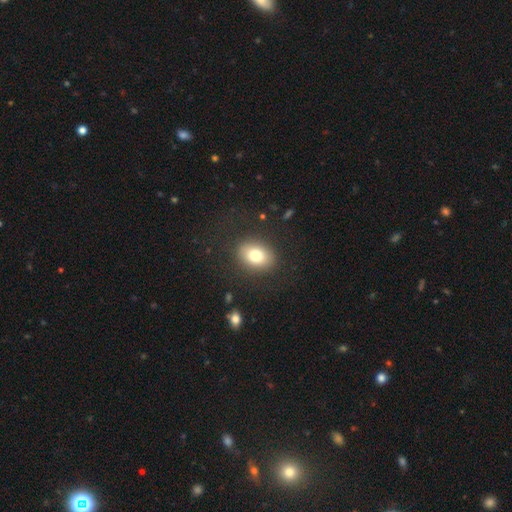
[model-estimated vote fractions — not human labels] A smooth galaxy with no disk features (78%) that is in between round and cigar-shaped (66%).

Vote fractions:
- Smooth or featured? smooth: 78% / featured or disk: 13% / star or artifact: 9%
- How rounded? in between: 66% / round: 33% / cigar-shaped: 1%
- Merging? none: 86% / minor disturbance: 9% / major disturbance: 4% / merger: 1%